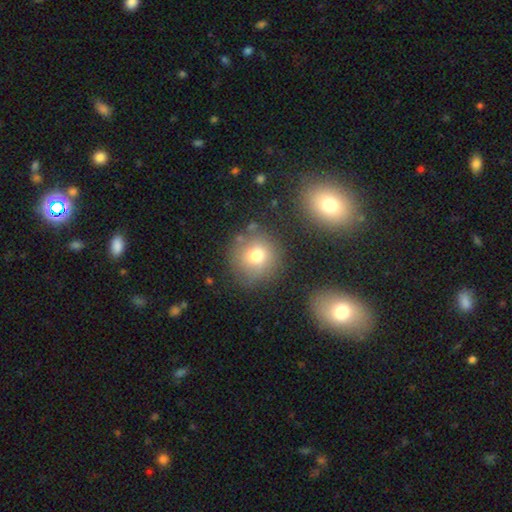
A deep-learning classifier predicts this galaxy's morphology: type=smooth (73%); roundness=round (91%); merging=none (79%).